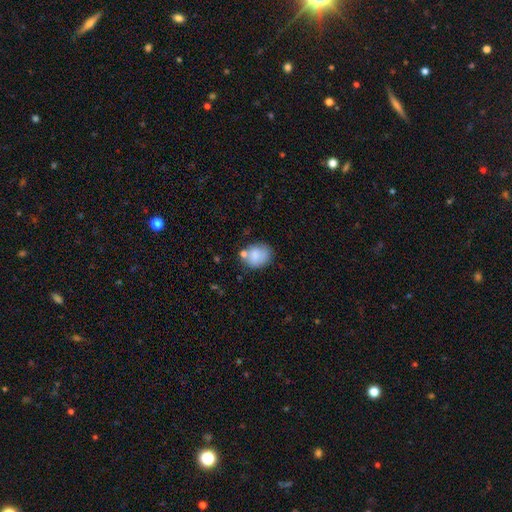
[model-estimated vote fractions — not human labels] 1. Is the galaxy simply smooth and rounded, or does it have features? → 78% smooth, 14% featured or disk, 8% star or artifact.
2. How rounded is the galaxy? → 51% round, 48% in between, 1% cigar-shaped.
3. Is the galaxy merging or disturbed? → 59% none, 20% minor disturbance, 14% merger, 7% major disturbance.